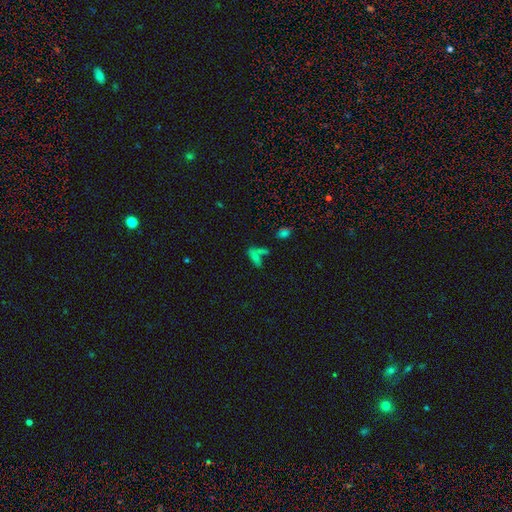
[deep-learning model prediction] Overall: smooth (58%; star or artifact 24%). How rounded: in between (64%; cigar-shaped 28%). Merging: merger (40%; none 36%).